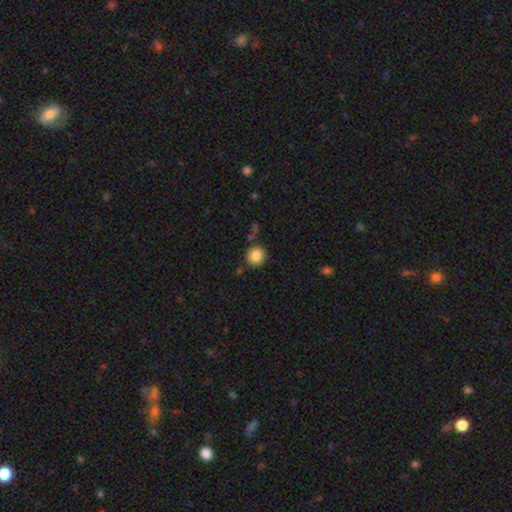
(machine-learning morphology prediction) Smooth or featured? Predicted: smooth (p=0.85). How rounded? Predicted: round (p=0.93). Merging? Predicted: none (p=0.86).